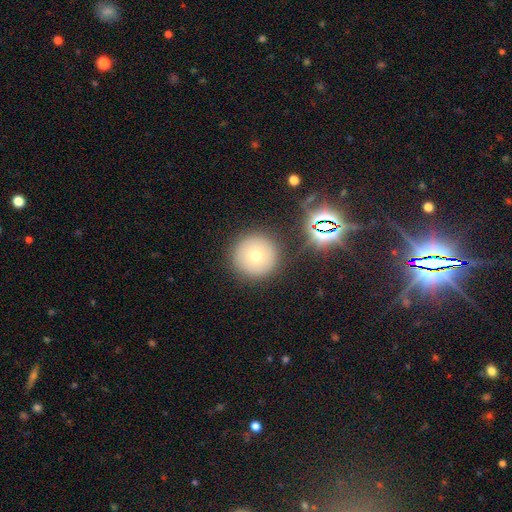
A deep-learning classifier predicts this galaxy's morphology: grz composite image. It shows a smooth galaxy with no disk features (69%) that is round (96%). Merging: none (87%).